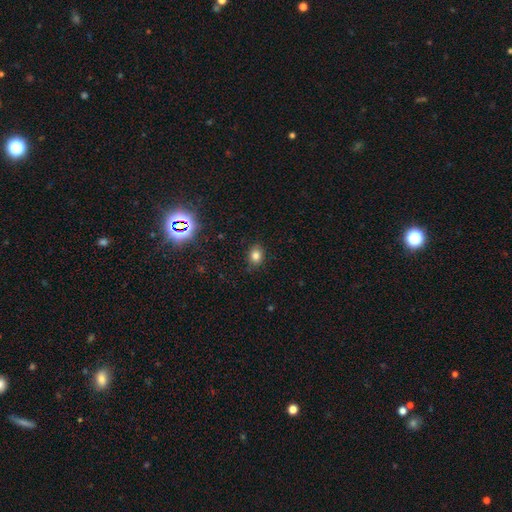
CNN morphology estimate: Smooth or featured? Predicted: smooth (p=0.80). How rounded? Predicted: in between (p=0.59). Merging? Predicted: none (p=0.85).